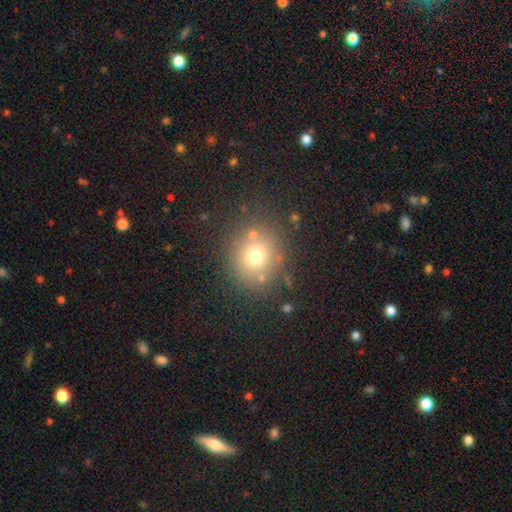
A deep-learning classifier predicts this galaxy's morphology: This is likely a smooth galaxy (70%). How rounded: clearly round (80%). Merging: likely none (79%).